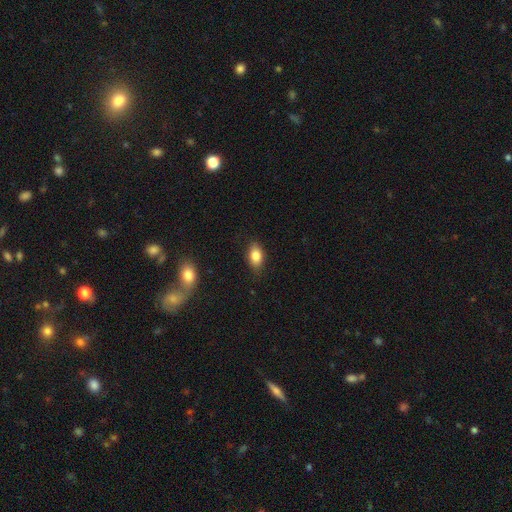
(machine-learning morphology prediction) A smooth galaxy with no disk features (82%) that is in between round and cigar-shaped (87%).

Vote fractions:
- Smooth or featured? smooth: 82% / featured or disk: 10% / star or artifact: 8%
- How rounded? in between: 87% / round: 10% / cigar-shaped: 3%
- Merging? none: 83% / minor disturbance: 13% / major disturbance: 2% / merger: 1%